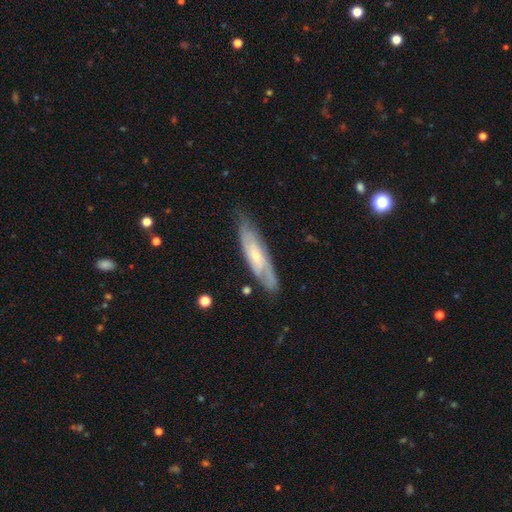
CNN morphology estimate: A featured or disk galaxy (66%).

Vote fractions:
- Smooth or featured? featured or disk: 66% / smooth: 28% / star or artifact: 6%
- Edge-on disk? no: 67% / yes: 33%
- Merging? none: 73% / minor disturbance: 21% / major disturbance: 4% / merger: 2%